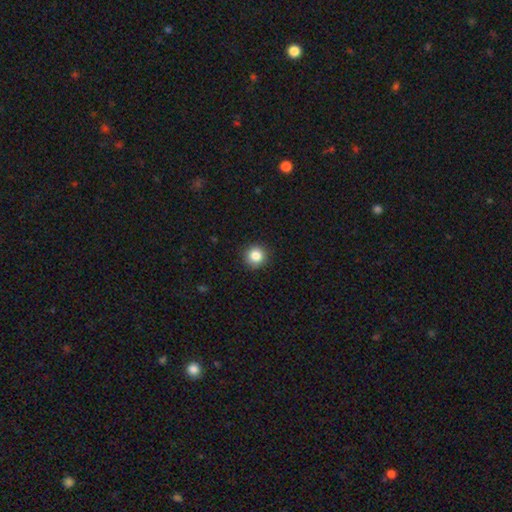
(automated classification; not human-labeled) Morphology: type=smooth (84%); roundness=round (95%); merging=none (92%).